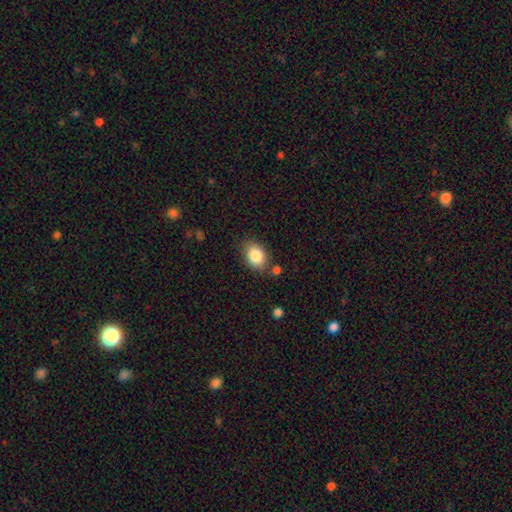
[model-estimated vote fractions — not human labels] The model was most divided on "how rounded": in between: 72%, round: 27%, cigar-shaped: 1%. More confident: smooth or featured — smooth (85%); merging — none (77%).